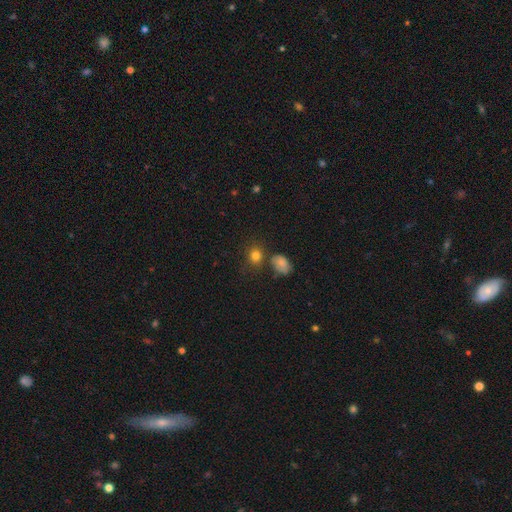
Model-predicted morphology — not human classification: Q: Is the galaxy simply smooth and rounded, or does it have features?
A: smooth — 81%.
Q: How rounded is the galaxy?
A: round — 73%.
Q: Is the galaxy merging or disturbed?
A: none — 69%.